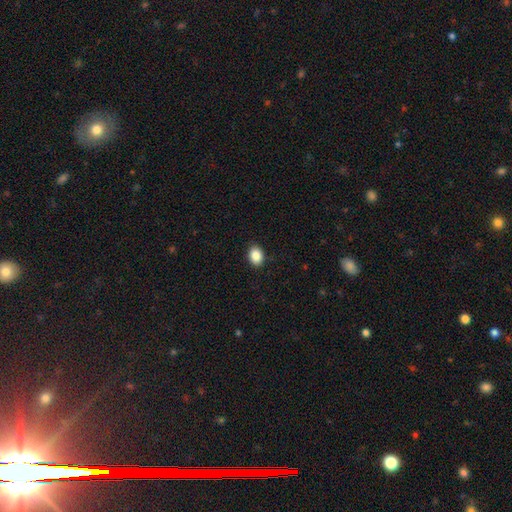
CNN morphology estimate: smooth-or-featured: smooth: 87% | star or artifact: 8% | featured or disk: 4%
  how-rounded: in between: 68% | round: 31% | cigar-shaped: 1%
  merging: none: 89% | minor disturbance: 8% | major disturbance: 2% | merger: 1%